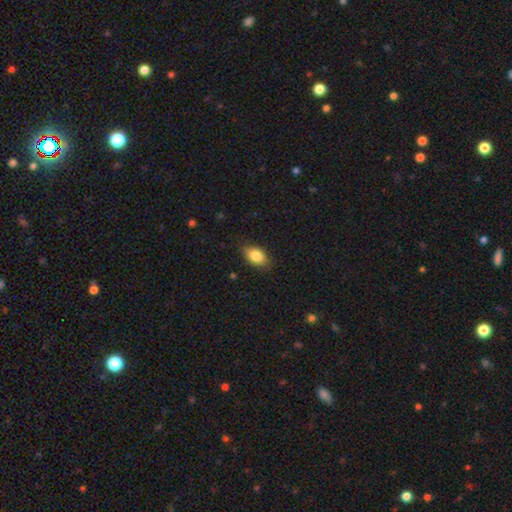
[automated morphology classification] This is clearly a smooth galaxy (84%). How rounded: clearly in between (87%). Merging: clearly none (82%).